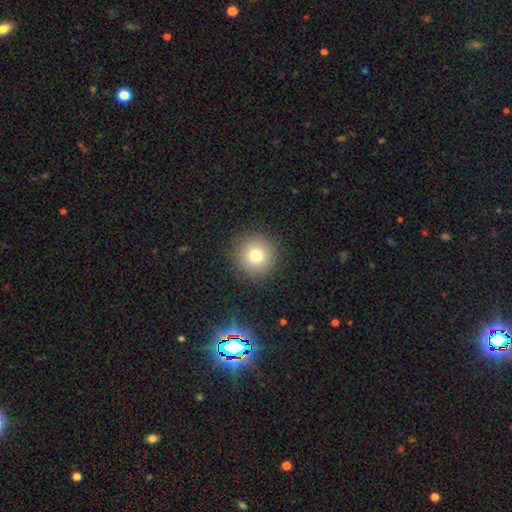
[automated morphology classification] smooth 77%, star or artifact 13%, featured or disk 10%. Down the decision tree: how rounded — round (95%); merging — none (90%).